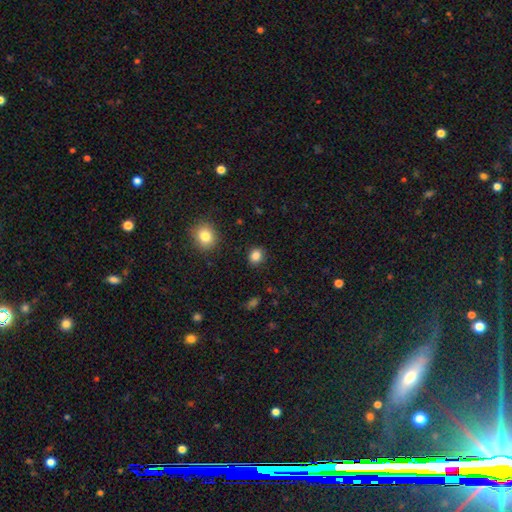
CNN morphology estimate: Overall: smooth (85%). How rounded: round (69%; in between 30%). Merging: none (89%).